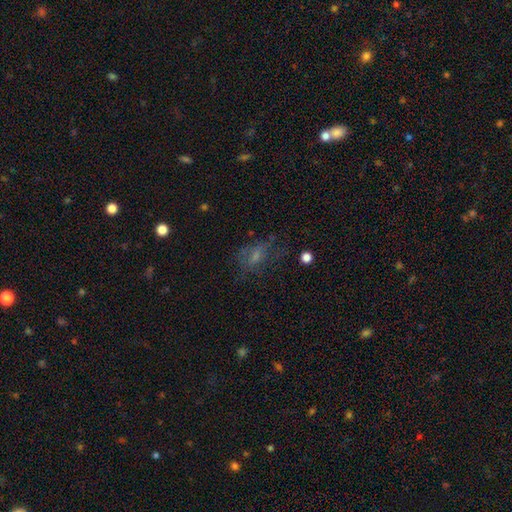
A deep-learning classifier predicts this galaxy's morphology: This appears to be a smooth galaxy with no disk features (50%). Merging: none (45%).